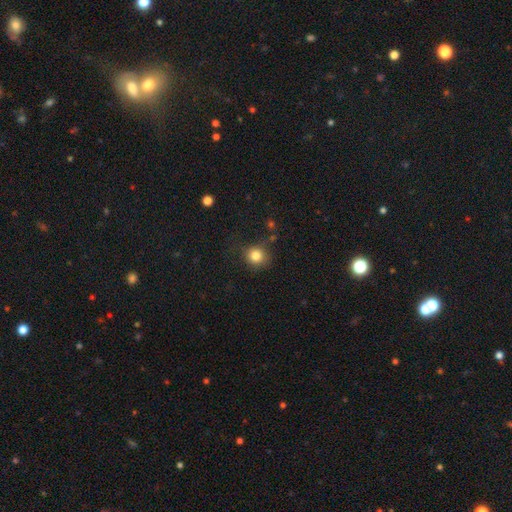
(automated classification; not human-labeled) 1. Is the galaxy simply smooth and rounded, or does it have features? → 82% smooth, 12% star or artifact, 6% featured or disk.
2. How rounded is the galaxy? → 88% round, 11% in between, 1% cigar-shaped.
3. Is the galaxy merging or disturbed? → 78% none, 14% minor disturbance, 5% major disturbance, 3% merger.